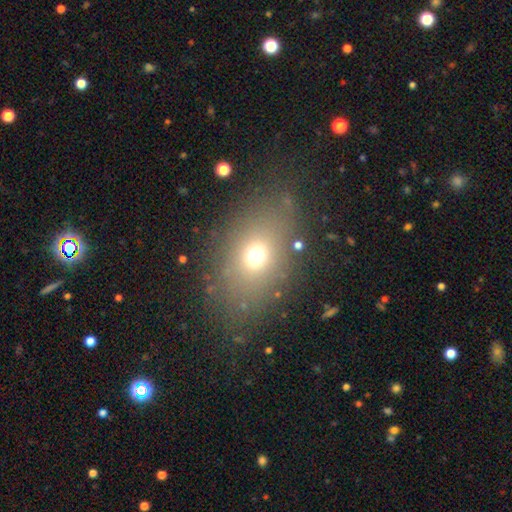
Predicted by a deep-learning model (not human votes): Smooth or featured: smooth — 67% (star or artifact — 20%)
How rounded: in between — 62% (round — 35%)
Merging: none — 76% (minor disturbance — 12%)